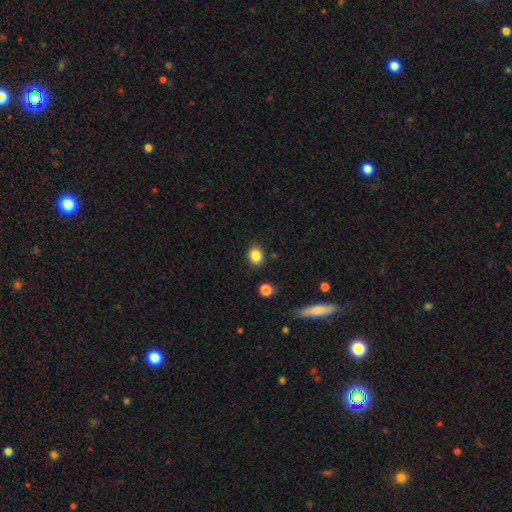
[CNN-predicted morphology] Smooth or featured? smooth (85%)
How rounded? round (62%)
Merging? none (87%)